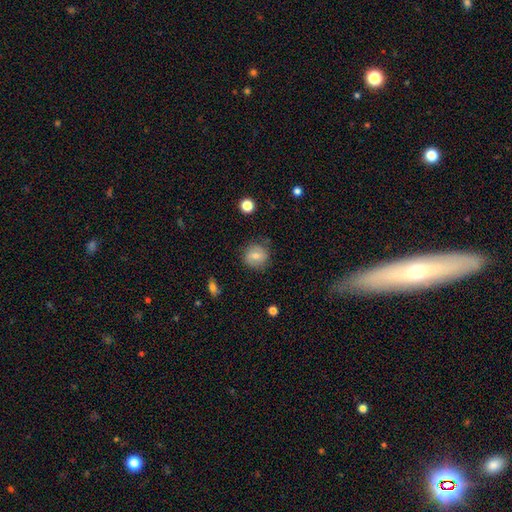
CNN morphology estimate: Smooth or featured: smooth — 66% (featured or disk — 26%)
How rounded: round — 86% (in between — 13%)
Merging: none — 80% (minor disturbance — 14%)